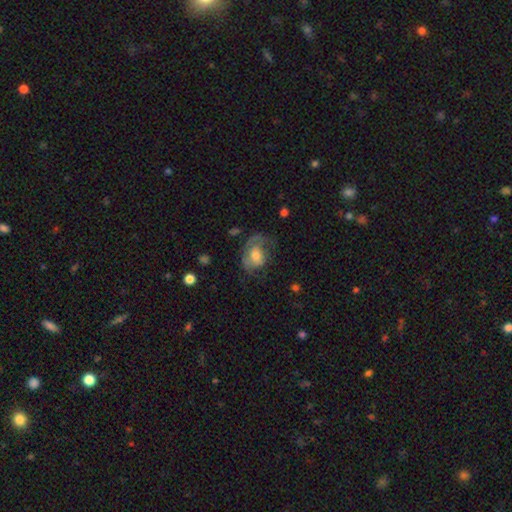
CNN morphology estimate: A featured or disk galaxy (51%).

Vote fractions:
- Smooth or featured? featured or disk: 51% / smooth: 41% / star or artifact: 7%
- Edge-on disk? no: 96% / yes: 4%
- Merging? none: 41% / major disturbance: 32% / minor disturbance: 25% / merger: 2%